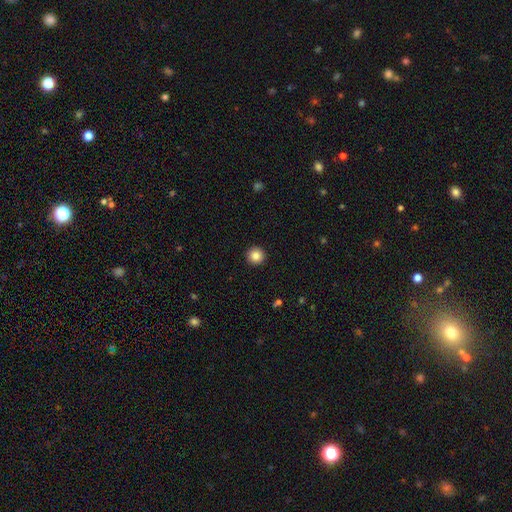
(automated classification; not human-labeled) Smooth or featured? smooth (86%)
How rounded? round (96%)
Merging? none (94%)